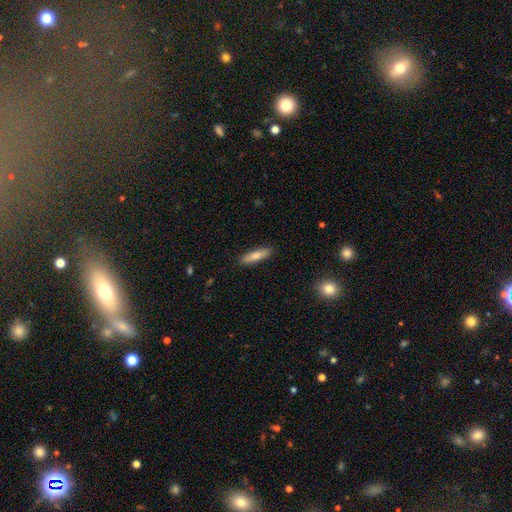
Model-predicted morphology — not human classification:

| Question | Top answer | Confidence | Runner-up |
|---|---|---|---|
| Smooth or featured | smooth | 77% | featured or disk (17%) |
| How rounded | cigar-shaped | 72% | in between (26%) |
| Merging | none | 89% | minor disturbance (8%) |